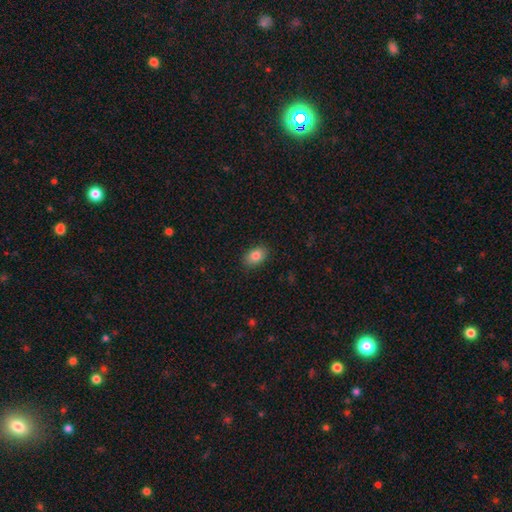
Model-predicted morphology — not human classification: Smooth or featured?
  - smooth: 85% *
  - star or artifact: 8%
  - featured or disk: 7%
How rounded?
  - in between: 87% *
  - round: 12%
  - cigar-shaped: 1%
Merging?
  - none: 88% *
  - minor disturbance: 9%
  - major disturbance: 2%
  - merger: 1%